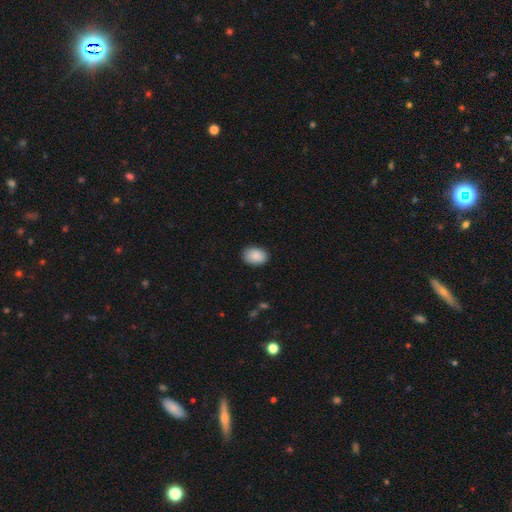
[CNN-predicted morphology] This appears to be a smooth galaxy with no disk features (90%) that is in between round and cigar-shaped (82%). Merging: none (87%).